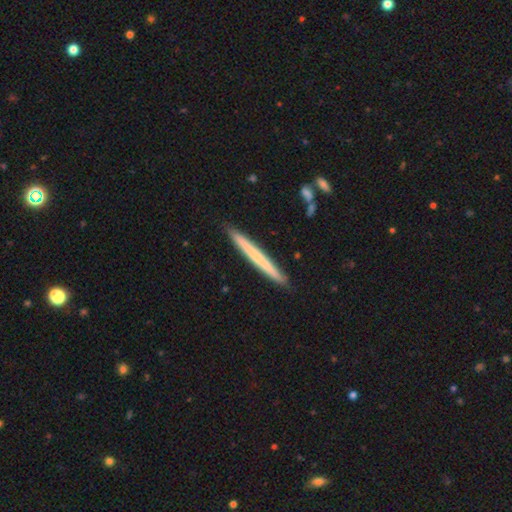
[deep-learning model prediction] Q: Smooth or featured?
A: smooth (56%); runner-up: featured or disk (39%)
Q: How rounded?
A: cigar-shaped (97%); runner-up: in between (2%)
Q: Merging?
A: none (92%); runner-up: minor disturbance (6%)